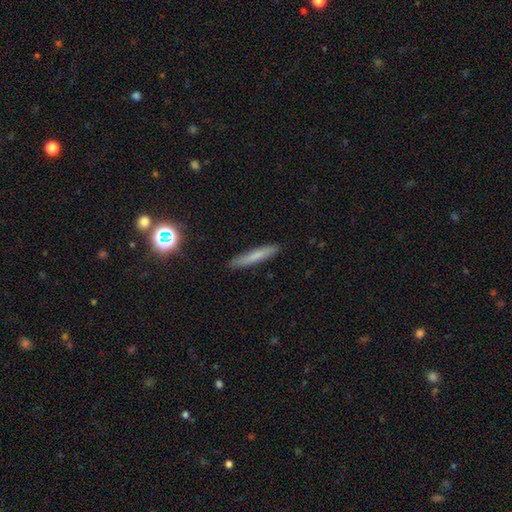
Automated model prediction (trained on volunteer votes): Smooth or featured: smooth — 71% (featured or disk — 20%)
How rounded: cigar-shaped — 93% (in between — 6%)
Merging: none — 89% (minor disturbance — 8%)